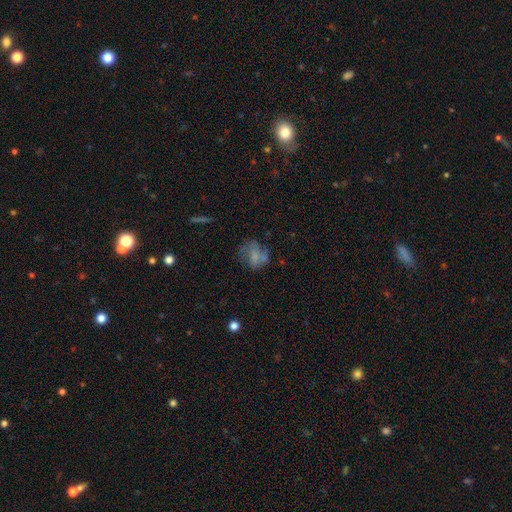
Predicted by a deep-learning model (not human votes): Morphology: type=smooth (56%); roundness=in between (50%); merging=none (42%).